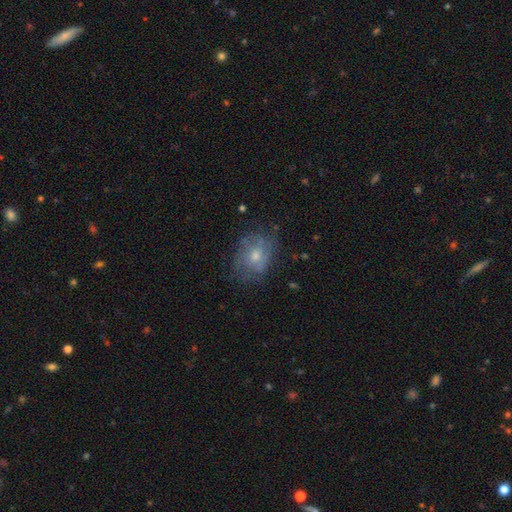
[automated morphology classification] Smooth or featured?
  - featured or disk: 50% *
  - smooth: 38%
  - star or artifact: 12%
Merging?
  - none: 67% *
  - minor disturbance: 21%
  - major disturbance: 11%
  - merger: 1%